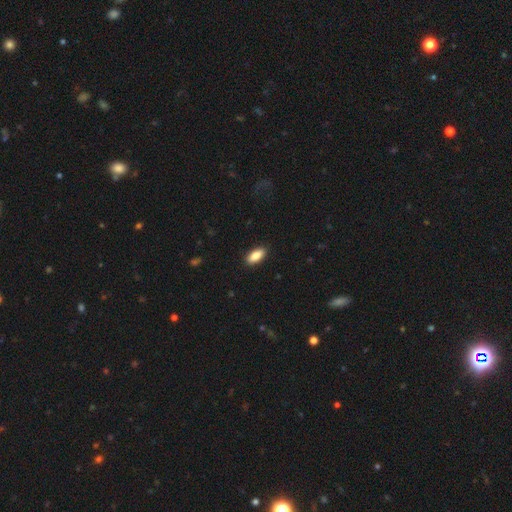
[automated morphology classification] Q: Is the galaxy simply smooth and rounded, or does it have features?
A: smooth — 86%.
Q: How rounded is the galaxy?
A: in between — 86%.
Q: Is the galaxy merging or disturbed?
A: none — 90%.